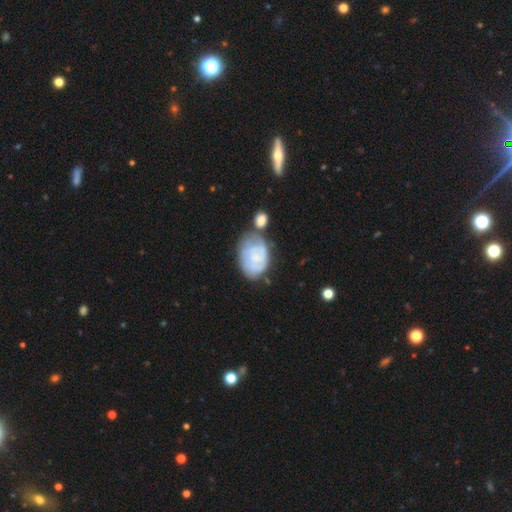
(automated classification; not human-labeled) Smooth or featured? Predicted: featured or disk (p=0.55). Edge-on disk? Predicted: no (p=0.97). Bar? Predicted: no (p=0.73). Spiral arms? Predicted: yes (p=0.70). Bulge size? Predicted: small (p=0.44). Merging? Predicted: none (p=0.39).